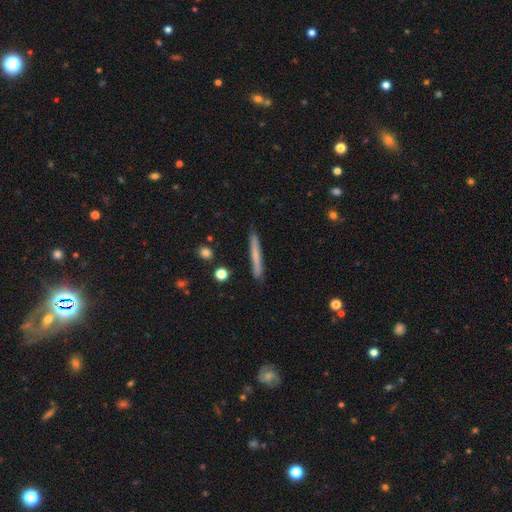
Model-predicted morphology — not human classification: A smooth galaxy with no disk features (63%) that is cigar-shaped (96%). Merging: none (89%).